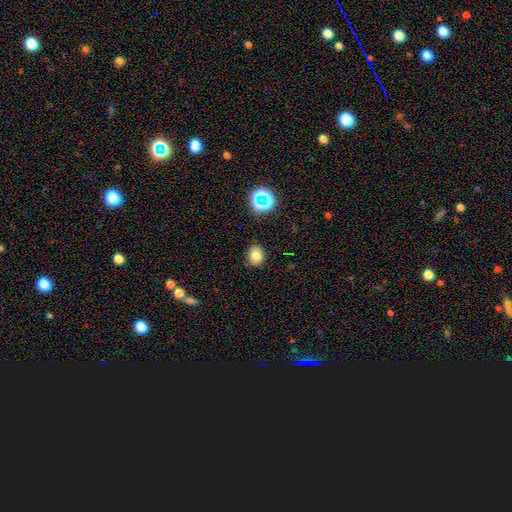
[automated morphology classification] The model was most divided on "how rounded": round: 59%, in between: 40%, cigar-shaped: 1%. More confident: merging — none (87%); smooth or featured — smooth (76%).